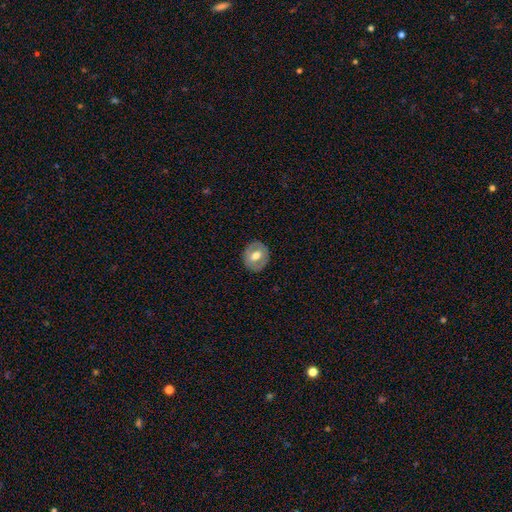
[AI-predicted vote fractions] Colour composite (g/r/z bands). It shows a smooth galaxy with no disk features (55%) that is round (74%). Merging: none (87%).